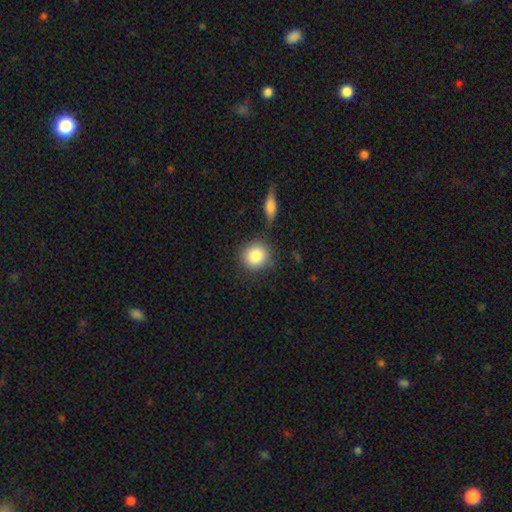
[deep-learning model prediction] Smooth or featured: smooth — 85% (star or artifact — 8%)
How rounded: round — 85% (in between — 14%)
Merging: none — 77% (minor disturbance — 11%)